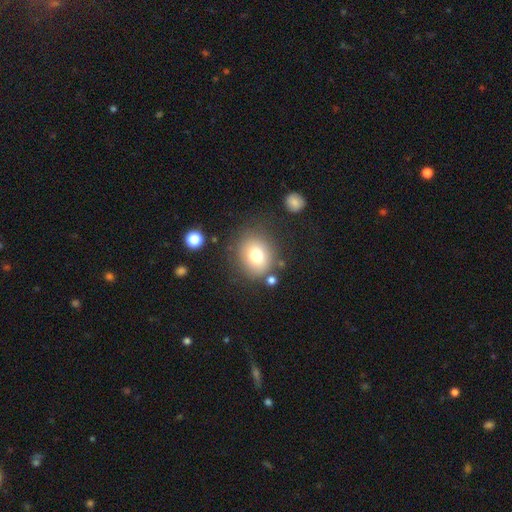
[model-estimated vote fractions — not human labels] The model was most divided on "how rounded": round: 68%, in between: 31%, cigar-shaped: 1%. More confident: merging — none (76%); smooth or featured — smooth (75%).